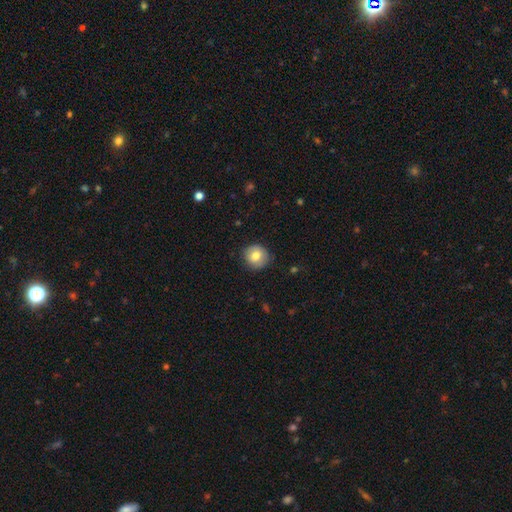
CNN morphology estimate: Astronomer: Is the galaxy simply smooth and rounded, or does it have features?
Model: smooth — 77%.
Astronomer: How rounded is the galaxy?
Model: round — 87%.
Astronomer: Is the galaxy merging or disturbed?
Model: none — 84%.